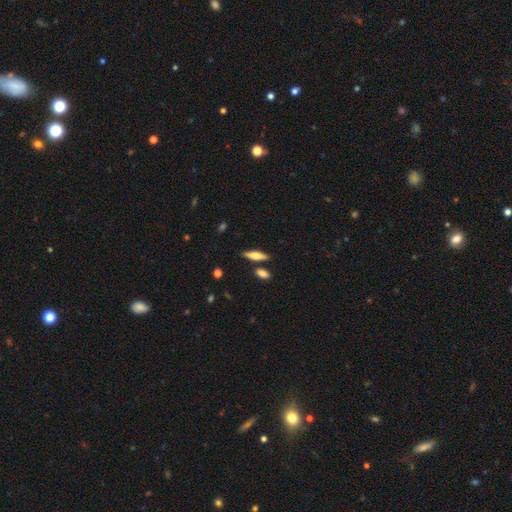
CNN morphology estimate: Smooth or featured?
  - smooth: 47% *
  - featured or disk: 46%
  - star or artifact: 7%
Merging?
  - none: 82% *
  - minor disturbance: 9%
  - merger: 6%
  - major disturbance: 2%